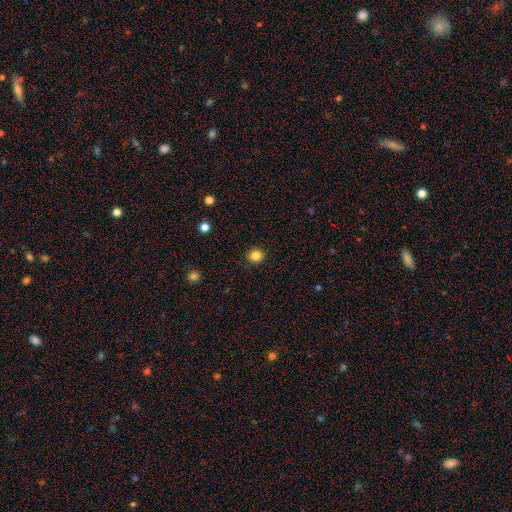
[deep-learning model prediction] Smooth or featured? smooth (84%)
How rounded? round (87%)
Merging? none (89%)